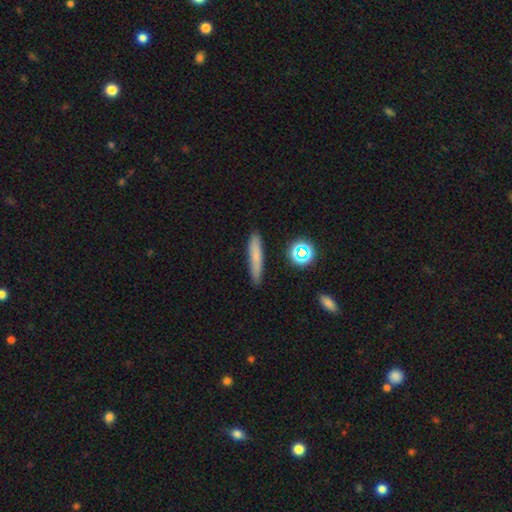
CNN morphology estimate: Q: Smooth or featured?
A: smooth (67%); runner-up: featured or disk (22%)
Q: How rounded?
A: cigar-shaped (87%); runner-up: in between (10%)
Q: Merging?
A: none (86%); runner-up: minor disturbance (10%)